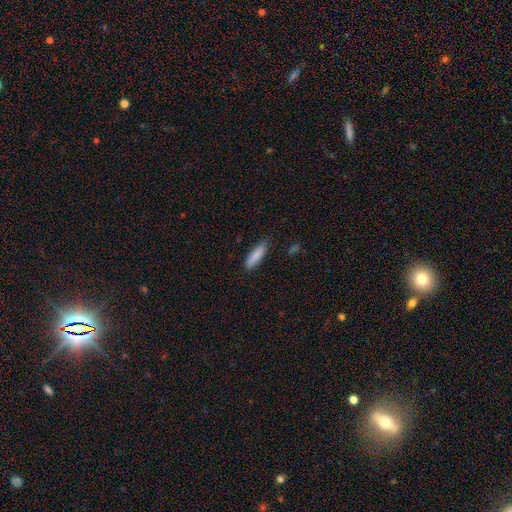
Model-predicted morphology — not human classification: This is clearly a smooth galaxy (85%). How rounded: likely cigar-shaped (66%). Merging: likely none (76%).